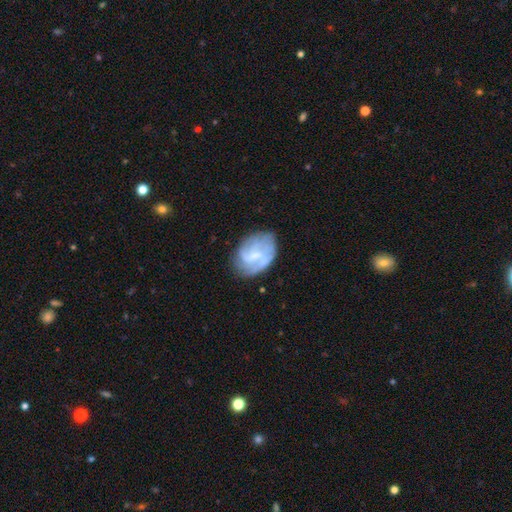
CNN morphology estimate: featured or disk 67%, smooth 25%, star or artifact 7%. Down the decision tree: edge-on disk — no (97%); bar — weak (53%); spiral arms — yes (79%); spiral arm count — can't tell (35%, tied with 2); spiral winding — medium (39%); bulge size — small (45%); merging — none (60%).